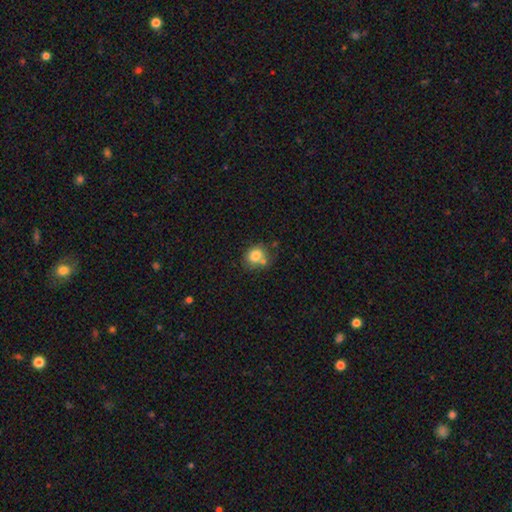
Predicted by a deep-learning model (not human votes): Smooth or featured? smooth (80%)
How rounded? round (71%)
Merging? none (57%)